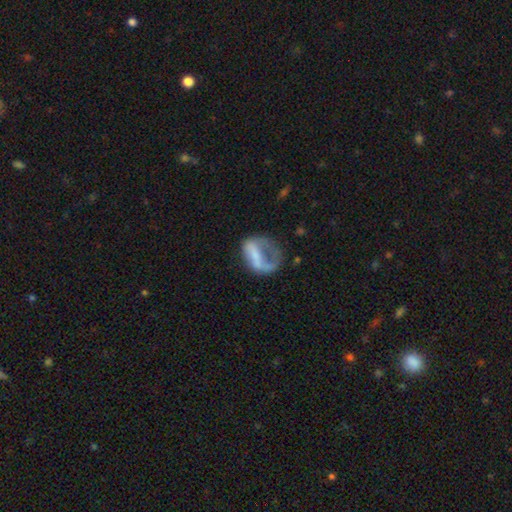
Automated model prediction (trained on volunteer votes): Q: Smooth or featured?
A: smooth (48%); runner-up: featured or disk (43%)
Q: Merging?
A: major disturbance (49%); runner-up: none (26%)